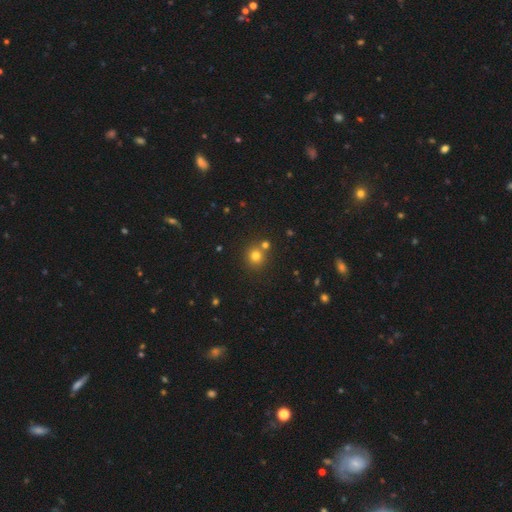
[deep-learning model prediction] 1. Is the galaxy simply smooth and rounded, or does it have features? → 76% smooth, 17% star or artifact, 7% featured or disk.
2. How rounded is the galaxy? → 91% round, 8% in between, 1% cigar-shaped.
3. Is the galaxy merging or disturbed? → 72% none, 18% merger, 7% minor disturbance, 2% major disturbance.